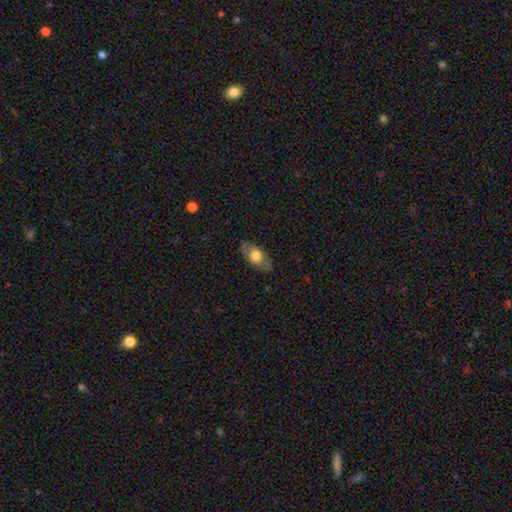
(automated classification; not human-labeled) A smooth galaxy with no disk features (63%) that is in between round and cigar-shaped (90%). Merging: none (81%).